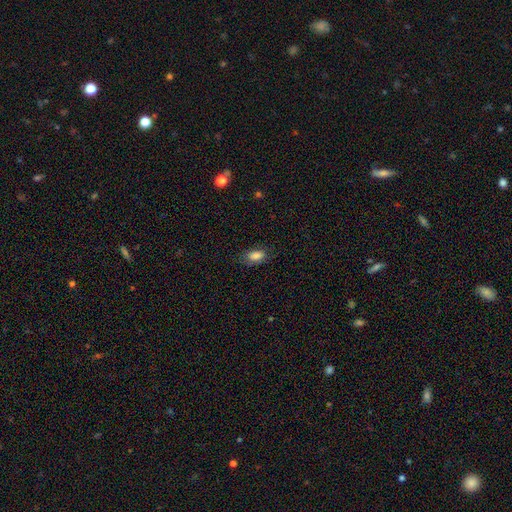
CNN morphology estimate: Smooth or featured?
  - smooth: 85% *
  - star or artifact: 8%
  - featured or disk: 7%
How rounded?
  - in between: 90% *
  - round: 7%
  - cigar-shaped: 3%
Merging?
  - none: 75% *
  - minor disturbance: 19%
  - major disturbance: 5%
  - merger: 1%